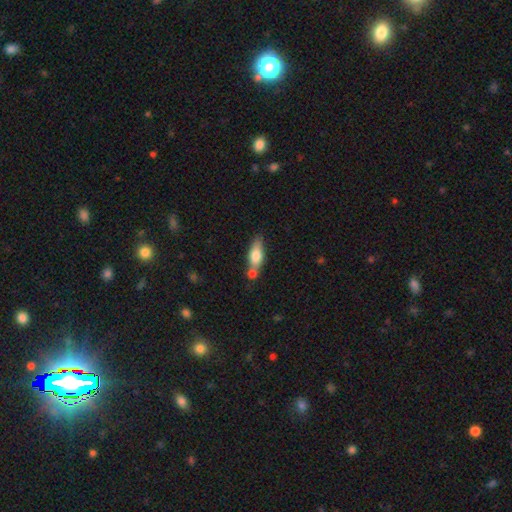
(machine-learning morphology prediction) smooth 71%, featured or disk 23%, star or artifact 7%. Down the decision tree: how rounded — in between (66%); merging — none (46%).